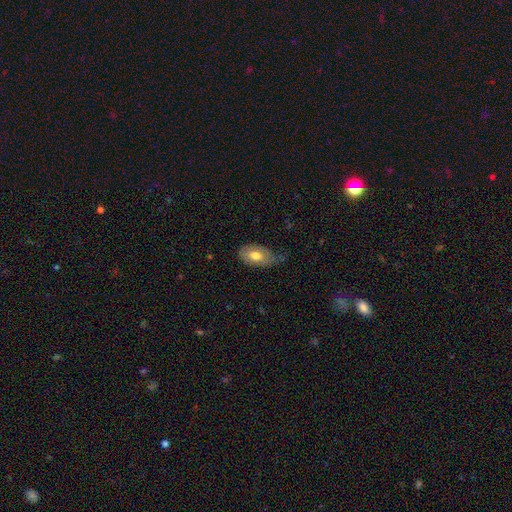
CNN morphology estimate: This appears to be a smooth galaxy with no disk features (66%) that is in between round and cigar-shaped (92%). Merging: none (45%).